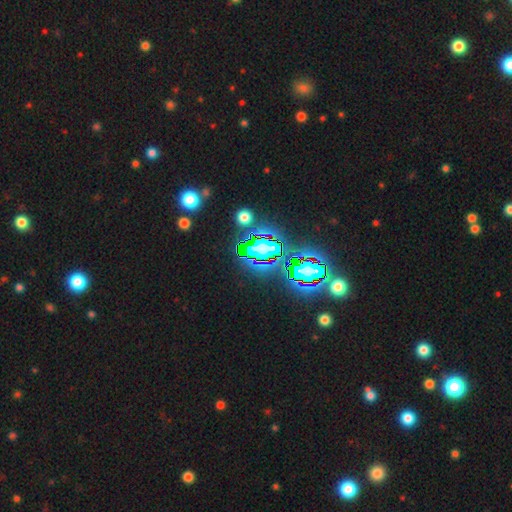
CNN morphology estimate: A star or artifact, not a galaxy (81%).

Vote fractions:
- Smooth or featured? star or artifact: 81% / smooth: 11% / featured or disk: 8%